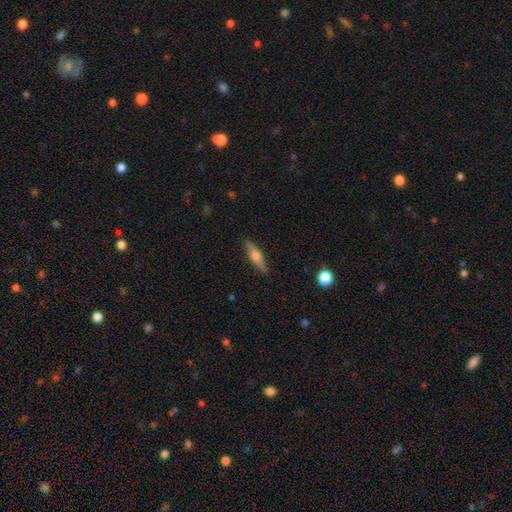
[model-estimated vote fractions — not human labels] Smooth or featured? featured or disk (55%)
Edge-on disk? yes (94%)
Edge-on bulge? rounded (89%)
Merging? none (88%)